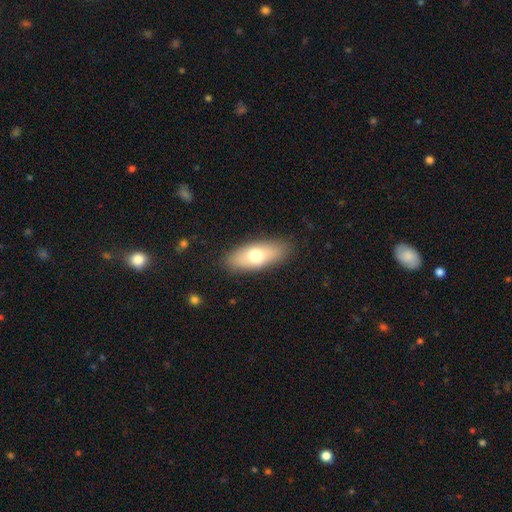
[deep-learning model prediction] Morphology: type=smooth (68%); roundness=in between (78%); merging=none (86%).